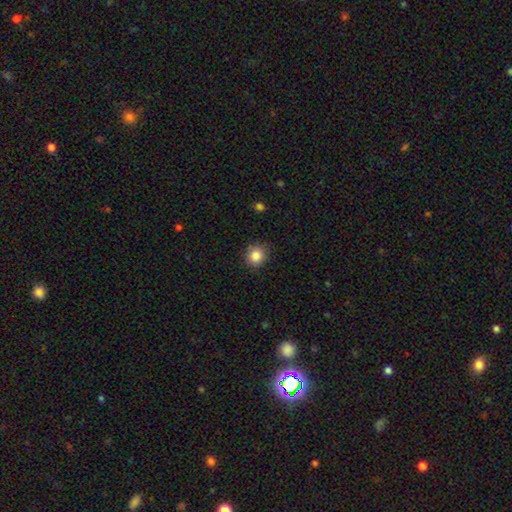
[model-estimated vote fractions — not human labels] This appears to be a smooth galaxy with no disk features (86%) that is round (82%). Merging: none (85%).